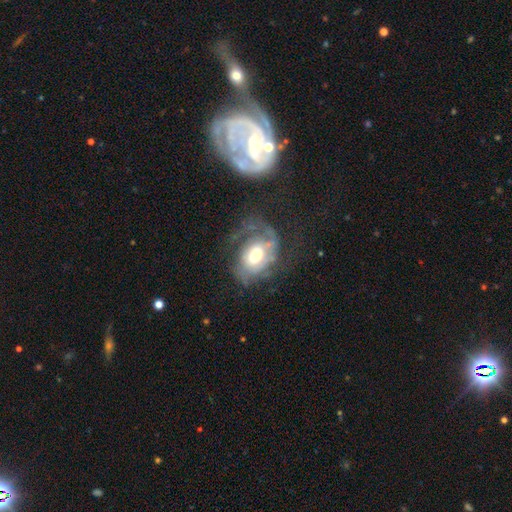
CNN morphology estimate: Overall: featured or disk (70%). Edge-on disk: no (96%). Bar: no (66%; weak 27%). Spiral arms: yes (80%). Spiral arm count: 2 (33%; can't tell 32%). Spiral winding: medium (39%; tight 38%). Bulge size: moderate (53%; large 33%). Merging: none (40%; major disturbance 34%).